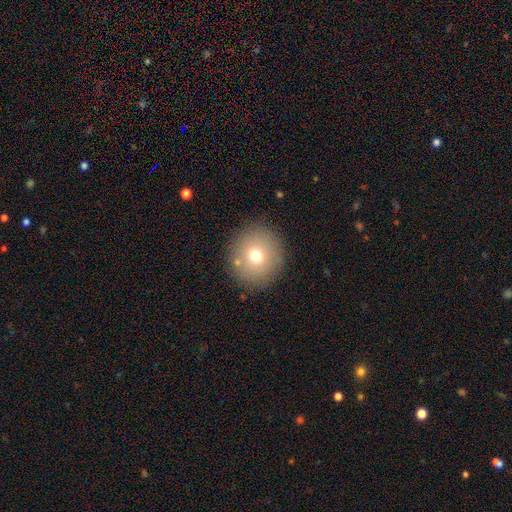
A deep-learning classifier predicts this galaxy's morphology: The model was most divided on "smooth or featured": smooth: 70%, featured or disk: 16%, star or artifact: 13%. More confident: how rounded — round (90%); merging — none (87%).